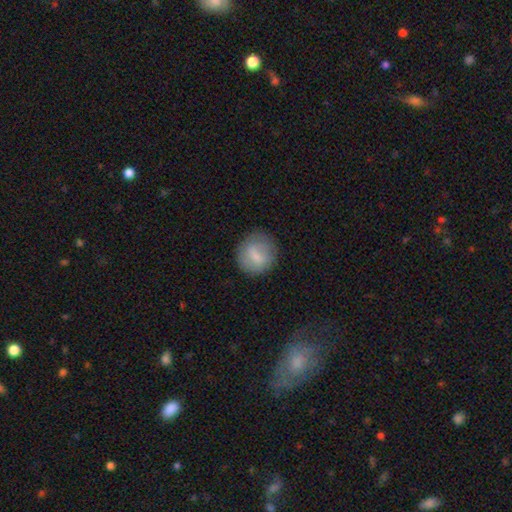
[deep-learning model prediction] This is likely a smooth galaxy (71%). How rounded: clearly round (86%). Merging: likely none (78%).